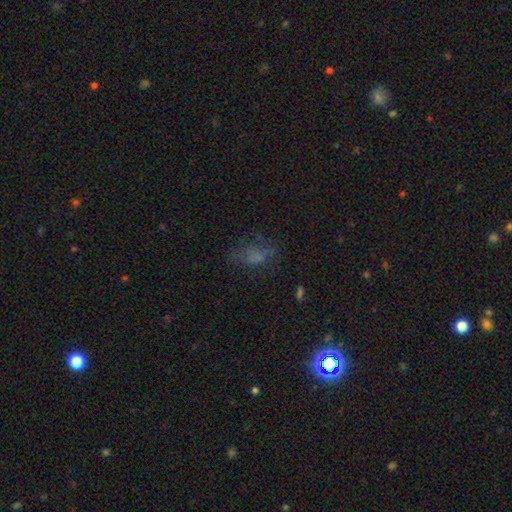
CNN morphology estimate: type=smooth (53%); roundness=in between (80%); merging=none (51%).